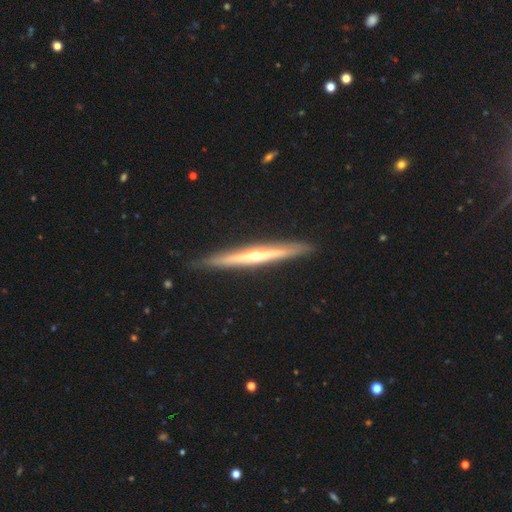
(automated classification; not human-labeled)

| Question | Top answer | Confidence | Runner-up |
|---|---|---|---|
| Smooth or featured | featured or disk | 78% | smooth (17%) |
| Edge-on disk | yes | 97% | no (3%) |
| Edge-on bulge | rounded | 80% | none (17%) |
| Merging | none | 89% | minor disturbance (8%) |